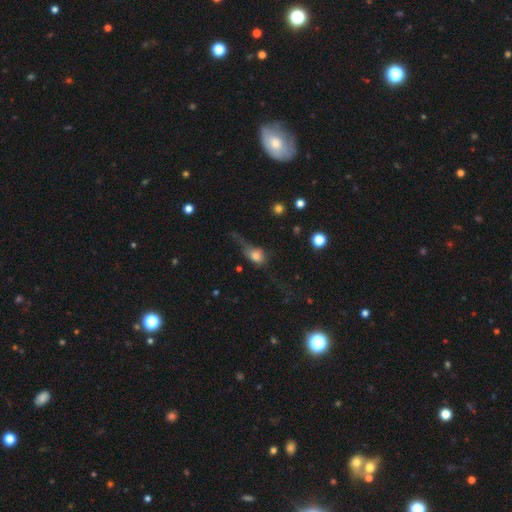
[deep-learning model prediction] Smooth or featured?
  - smooth: 68% *
  - featured or disk: 22%
  - star or artifact: 11%
How rounded?
  - in between: 63% *
  - round: 31%
  - cigar-shaped: 6%
Merging?
  - major disturbance: 49% *
  - minor disturbance: 23%
  - none: 23%
  - merger: 5%